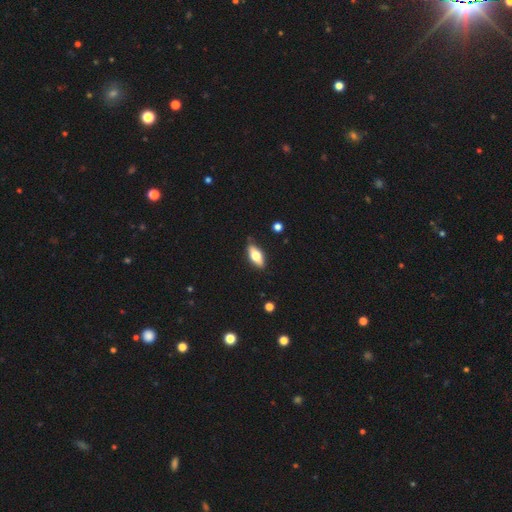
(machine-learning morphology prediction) smooth 60%, featured or disk 33%, star or artifact 7%. Down the decision tree: how rounded — in between (80%); merging — none (82%).